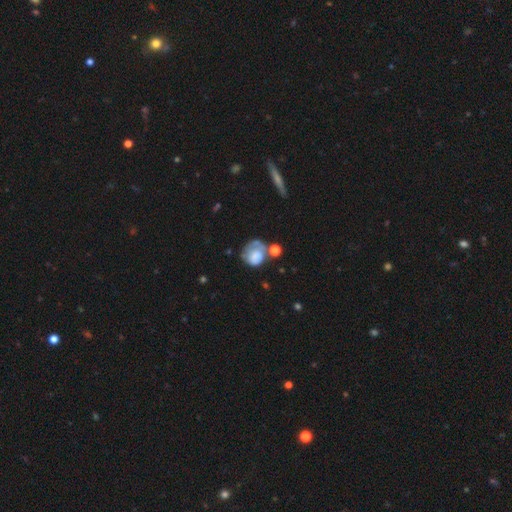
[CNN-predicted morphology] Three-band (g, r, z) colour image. It shows a smooth galaxy with no disk features (58%) that is round (71%). Merging: none (35%).